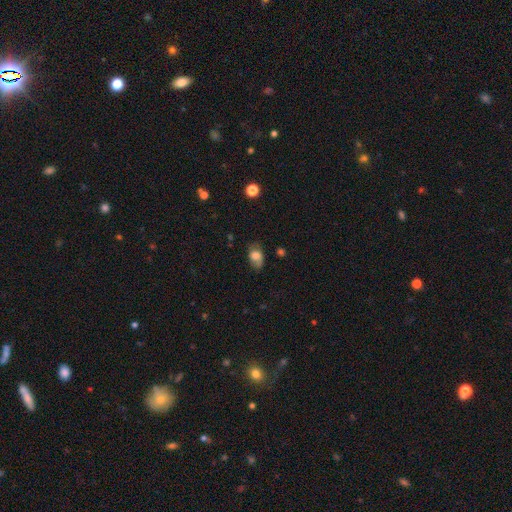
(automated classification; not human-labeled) This appears to be a smooth galaxy with no disk features (74%) that is in between round and cigar-shaped (82%). Merging: none (67%).